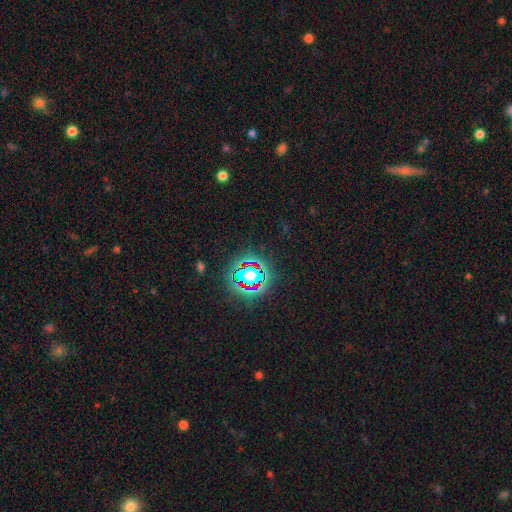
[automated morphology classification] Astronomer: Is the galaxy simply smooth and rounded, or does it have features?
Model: star or artifact — 79%.